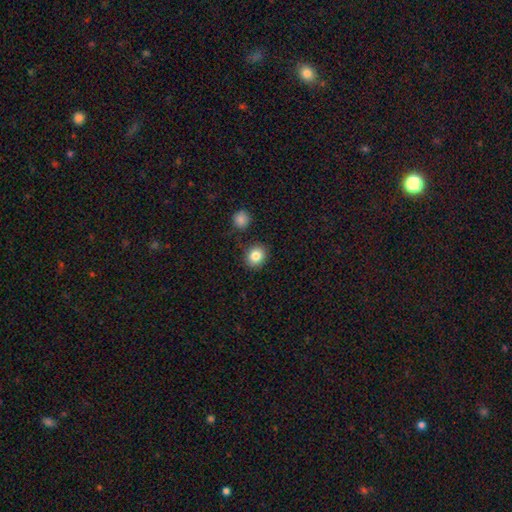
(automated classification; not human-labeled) Q: Smooth or featured?
A: smooth (84%); runner-up: star or artifact (9%)
Q: How rounded?
A: round (75%); runner-up: in between (24%)
Q: Merging?
A: none (86%); runner-up: minor disturbance (8%)